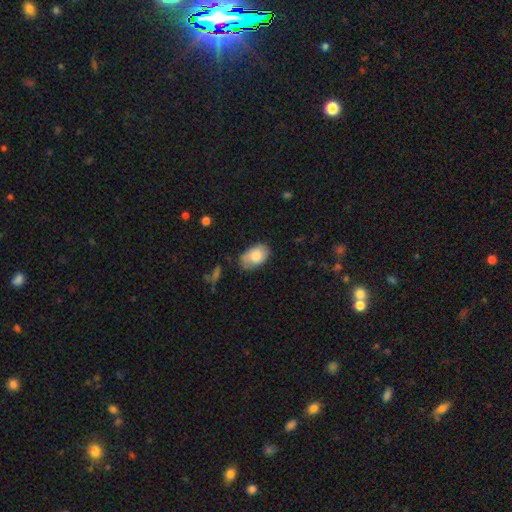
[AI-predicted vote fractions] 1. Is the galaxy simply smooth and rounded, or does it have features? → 81% smooth, 12% featured or disk, 7% star or artifact.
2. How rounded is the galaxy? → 90% in between, 9% round, 1% cigar-shaped.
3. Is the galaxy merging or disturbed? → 62% none, 28% minor disturbance, 6% major disturbance, 3% merger.